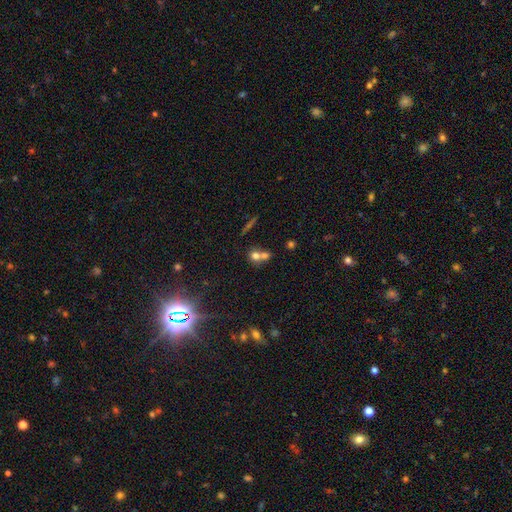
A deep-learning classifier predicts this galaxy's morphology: This is likely a smooth galaxy (67%). How rounded: likely round (76%). Merging: possibly merger (58%).